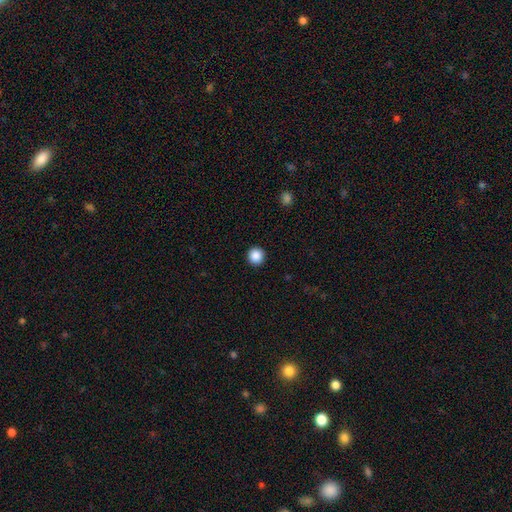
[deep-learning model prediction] This is clearly a smooth galaxy (88%). How rounded: clearly round (95%). Merging: clearly none (93%).